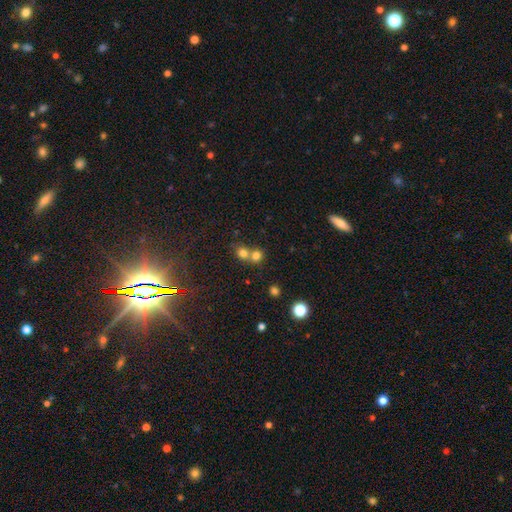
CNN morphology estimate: smooth-or-featured: smooth: 74% | star or artifact: 16% | featured or disk: 10%
  how-rounded: round: 84% | in between: 15% | cigar-shaped: 1%
  merging: merger: 53% | none: 40% | minor disturbance: 5% | major disturbance: 2%